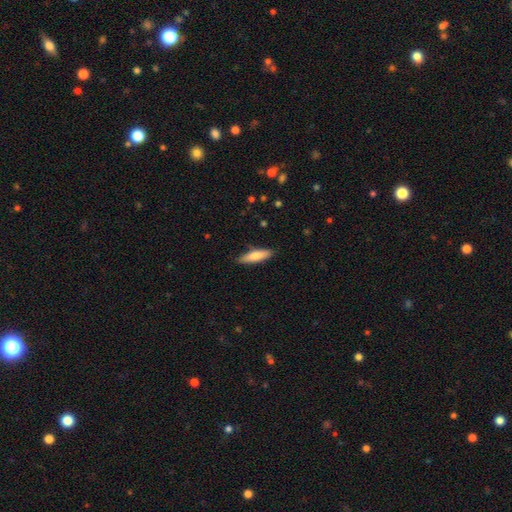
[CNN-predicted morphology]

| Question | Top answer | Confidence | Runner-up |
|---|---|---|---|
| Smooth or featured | smooth | 74% | featured or disk (20%) |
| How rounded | cigar-shaped | 65% | in between (34%) |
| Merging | none | 86% | minor disturbance (11%) |